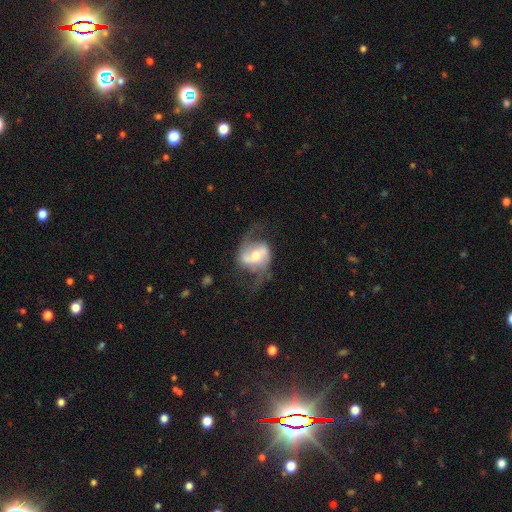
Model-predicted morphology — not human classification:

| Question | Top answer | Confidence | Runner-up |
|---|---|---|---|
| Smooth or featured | featured or disk | 83% | smooth (11%) |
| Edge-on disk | no | 97% | yes (3%) |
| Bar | weak | 39% | strong (33%) |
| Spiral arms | yes | 93% | no (7%) |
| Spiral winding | loose | 55% | medium (37%) |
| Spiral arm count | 2 | 91% | can't tell (3%) |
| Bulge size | moderate | 65% | small (25%) |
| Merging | none | 66% | minor disturbance (16%) |